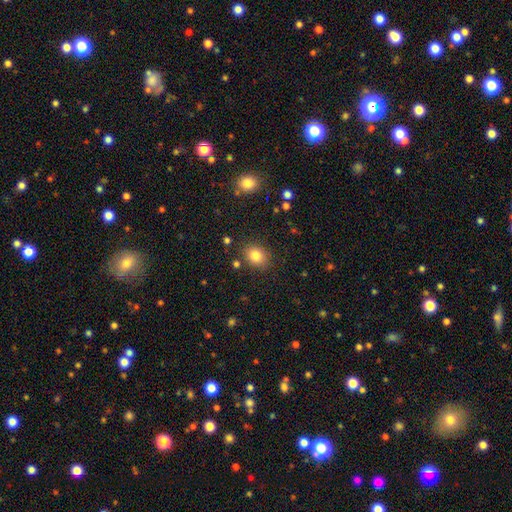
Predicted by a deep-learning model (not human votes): Smooth or featured? smooth (82%)
How rounded? round (50%)
Merging? none (84%)